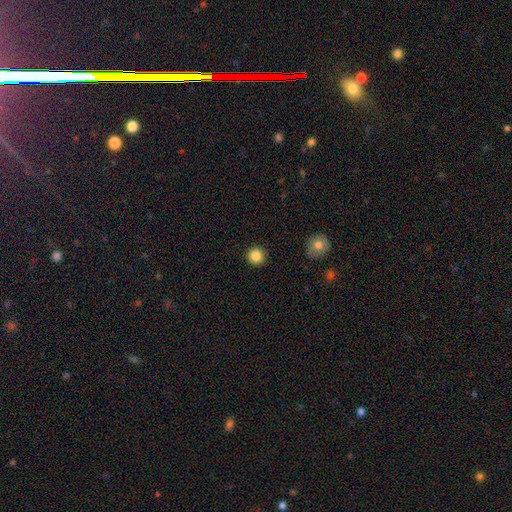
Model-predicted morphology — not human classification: Q: Smooth or featured?
A: smooth (86%); runner-up: star or artifact (10%)
Q: How rounded?
A: round (95%); runner-up: in between (4%)
Q: Merging?
A: none (92%); runner-up: minor disturbance (5%)